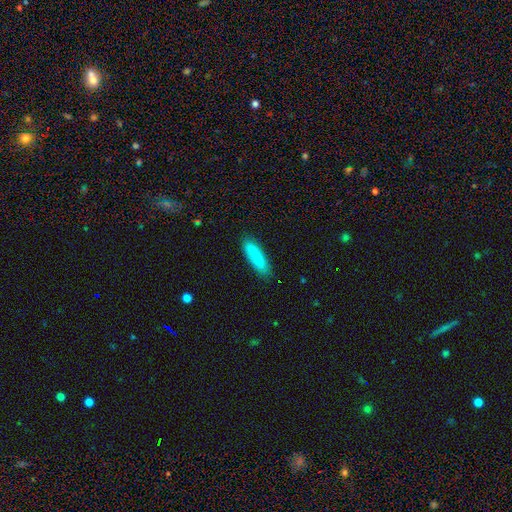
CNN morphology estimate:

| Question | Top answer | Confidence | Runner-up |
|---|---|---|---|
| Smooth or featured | smooth | 86% | featured or disk (8%) |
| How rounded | cigar-shaped | 62% | in between (37%) |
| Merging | none | 85% | minor disturbance (12%) |